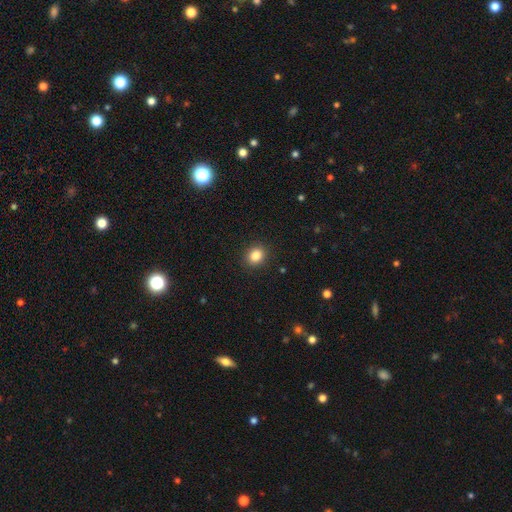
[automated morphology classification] This appears to be a smooth galaxy with no disk features (85%) that is round (63%). Merging: none (90%).